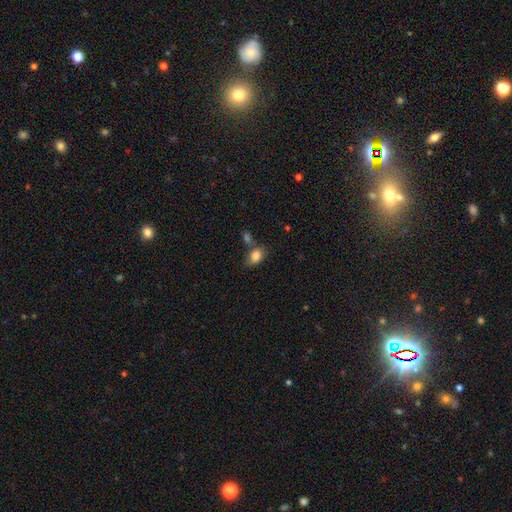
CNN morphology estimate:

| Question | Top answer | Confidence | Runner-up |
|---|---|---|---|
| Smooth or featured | smooth | 84% | star or artifact (9%) |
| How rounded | in between | 82% | round (17%) |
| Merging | none | 55% | merger (22%) |